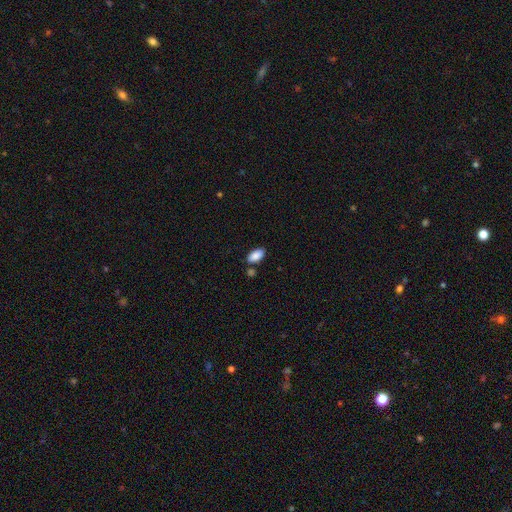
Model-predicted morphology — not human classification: The model was most divided on "merging": none: 74%, minor disturbance: 13%, merger: 10%, major disturbance: 3%. More confident: how rounded — in between (94%); smooth or featured — smooth (88%).